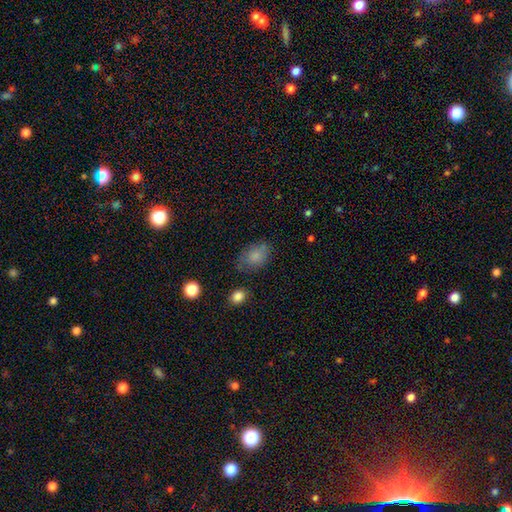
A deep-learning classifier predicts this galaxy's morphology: smooth 81%, featured or disk 10%, star or artifact 10%. Down the decision tree: how rounded — in between (80%); merging — none (66%).